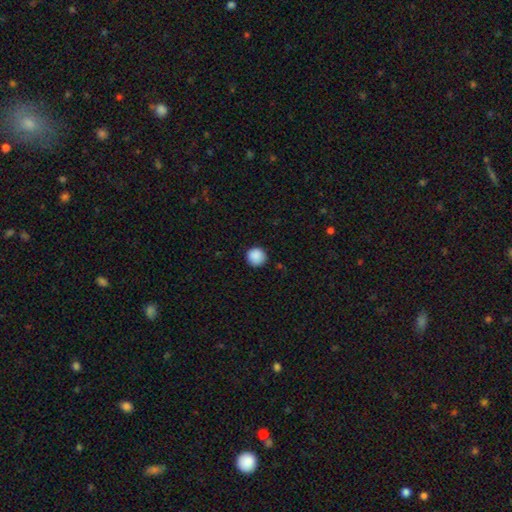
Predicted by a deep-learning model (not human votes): A smooth galaxy with no disk features (89%) that is round (95%). Merging: none (90%).